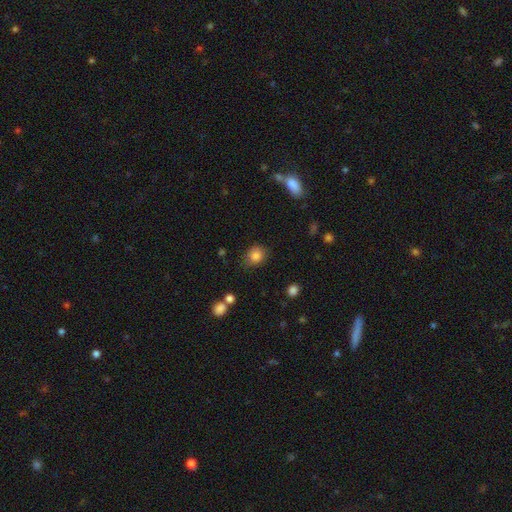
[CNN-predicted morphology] Smooth or featured? smooth (84%)
How rounded? round (67%)
Merging? none (77%)